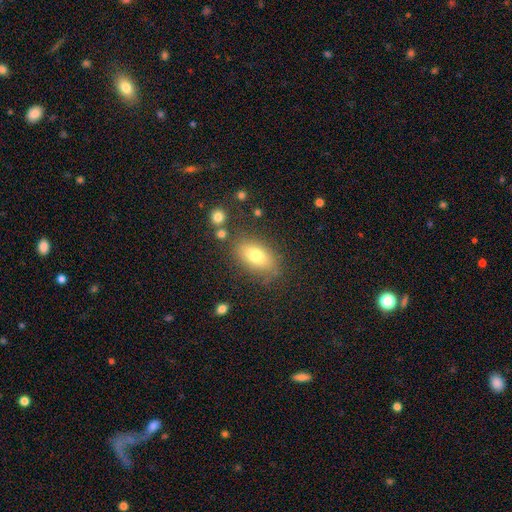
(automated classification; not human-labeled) Morphology: type=smooth (75%); roundness=in between (87%); merging=none (77%).